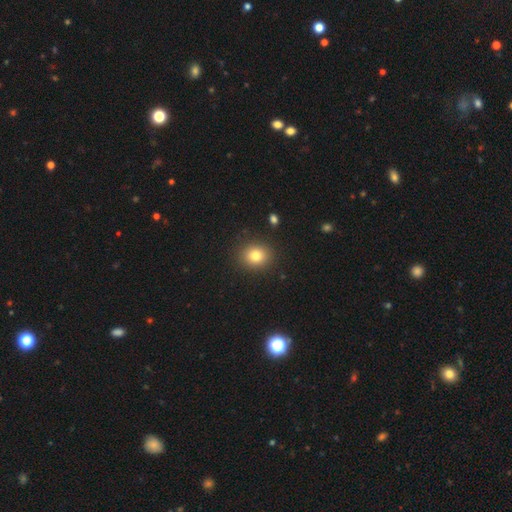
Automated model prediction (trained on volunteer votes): smooth 80%, star or artifact 12%, featured or disk 9%. Down the decision tree: how rounded — round (72%); merging — none (89%).